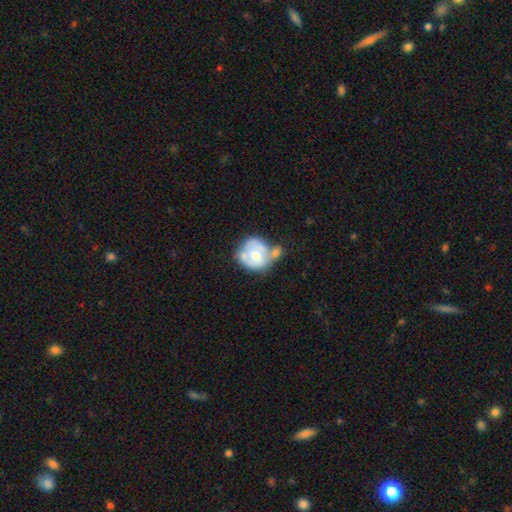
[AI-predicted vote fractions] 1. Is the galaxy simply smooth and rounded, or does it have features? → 49% featured or disk, 45% smooth, 6% star or artifact.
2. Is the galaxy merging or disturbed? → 39% merger, 28% none, 21% minor disturbance, 12% major disturbance.